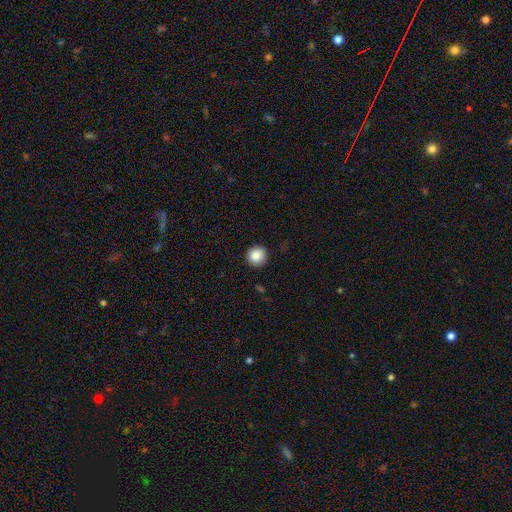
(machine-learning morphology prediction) Smooth or featured?
  - smooth: 85% *
  - star or artifact: 9%
  - featured or disk: 6%
How rounded?
  - round: 95% *
  - in between: 4%
  - cigar-shaped: 1%
Merging?
  - none: 92% *
  - minor disturbance: 6%
  - major disturbance: 2%
  - merger: 1%